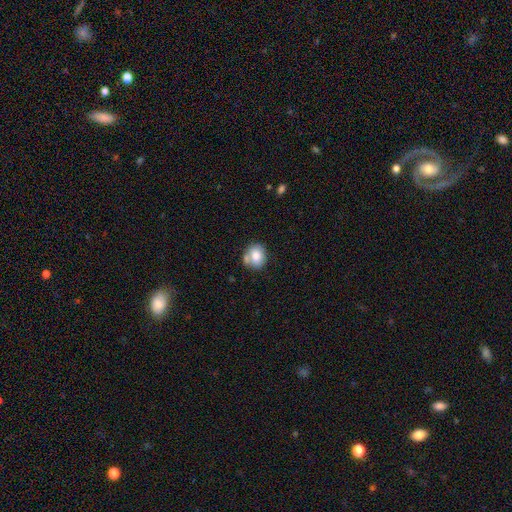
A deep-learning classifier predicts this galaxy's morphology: Smooth or featured? Predicted: smooth (p=0.78). How rounded? Predicted: round (p=0.60). Merging? Predicted: none (p=0.55).